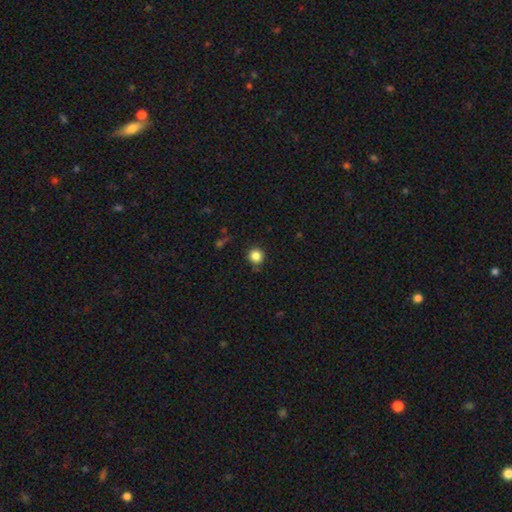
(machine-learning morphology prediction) Smooth or featured: smooth — 85% (star or artifact — 11%)
How rounded: round — 93% (in between — 6%)
Merging: none — 85% (minor disturbance — 11%)